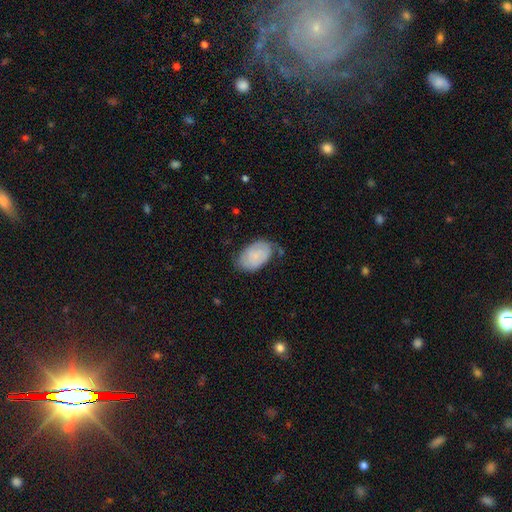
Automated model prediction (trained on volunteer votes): Smooth or featured? smooth (64%)
How rounded? in between (91%)
Merging? none (55%)